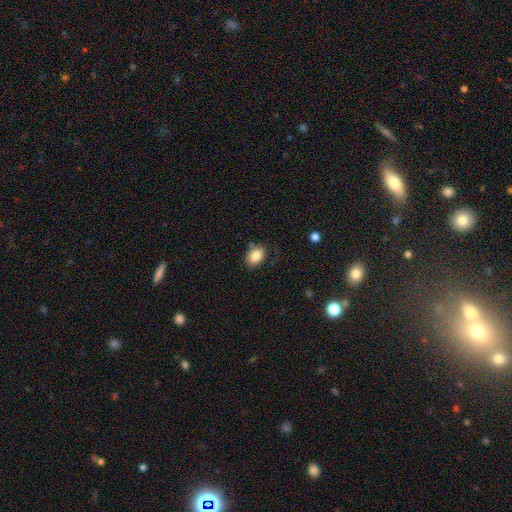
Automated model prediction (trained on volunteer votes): smooth_or_featured: smooth (p=0.84) [alt: star or artifact p=0.08]
how_rounded: in between (p=0.76) [alt: round p=0.23]
merging: none (p=0.76) [alt: minor disturbance p=0.17]